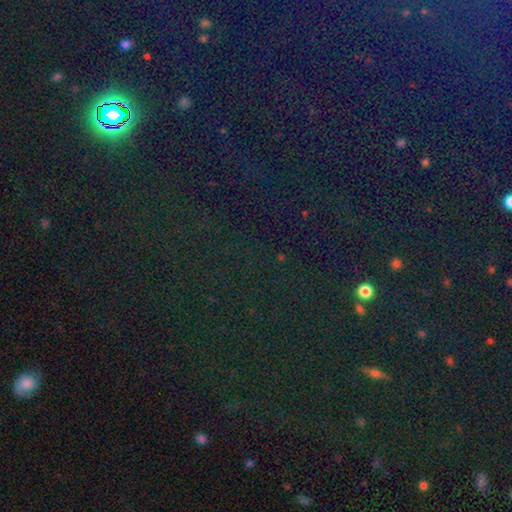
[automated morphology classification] Smooth or featured?
  - star or artifact: 79% *
  - smooth: 13%
  - featured or disk: 8%